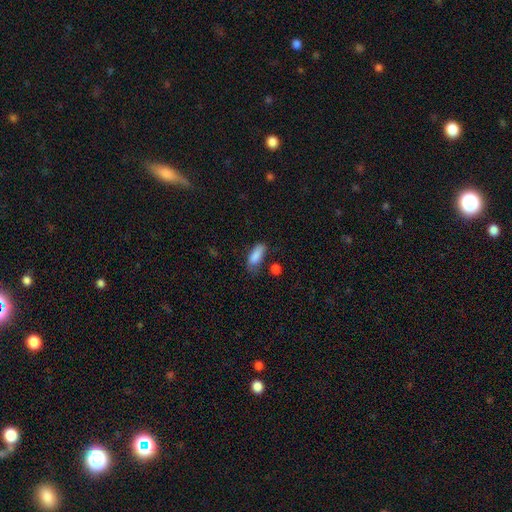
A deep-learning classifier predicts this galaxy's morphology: Q: Smooth or featured?
A: smooth (86%); runner-up: star or artifact (8%)
Q: How rounded?
A: in between (79%); runner-up: cigar-shaped (18%)
Q: Merging?
A: none (53%); runner-up: minor disturbance (31%)